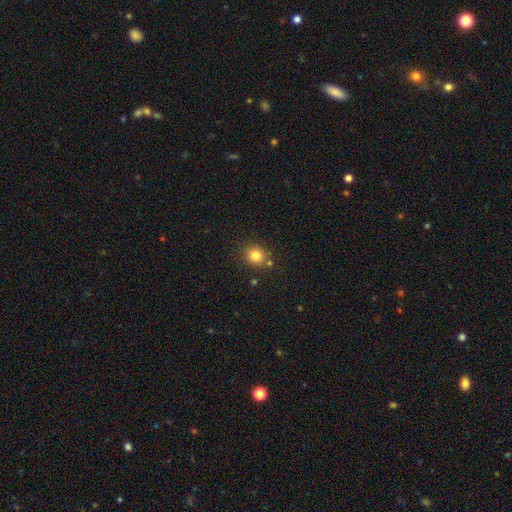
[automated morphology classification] type=smooth (81%); roundness=round (81%); merging=none (78%).